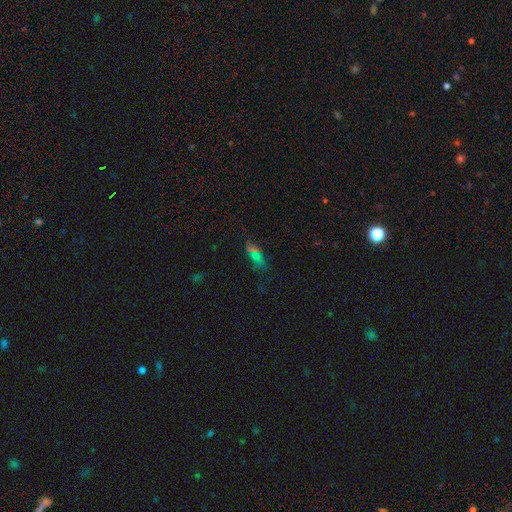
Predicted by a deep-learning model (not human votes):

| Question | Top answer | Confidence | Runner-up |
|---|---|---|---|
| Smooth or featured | smooth | 56% | star or artifact (28%) |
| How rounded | in between | 71% | cigar-shaped (22%) |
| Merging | none | 68% | minor disturbance (19%) |